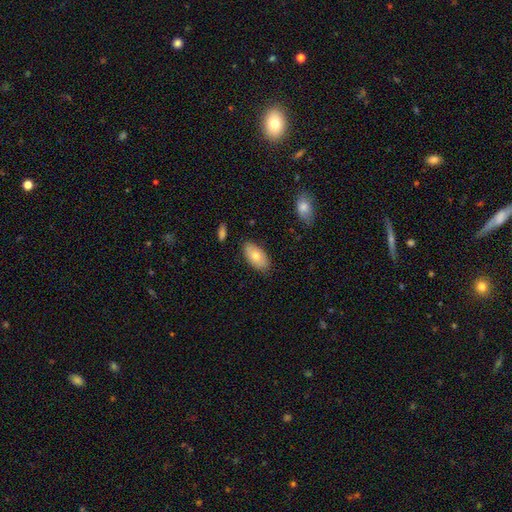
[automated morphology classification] Overall: smooth (72%). How rounded: in between (94%). Merging: none (84%).